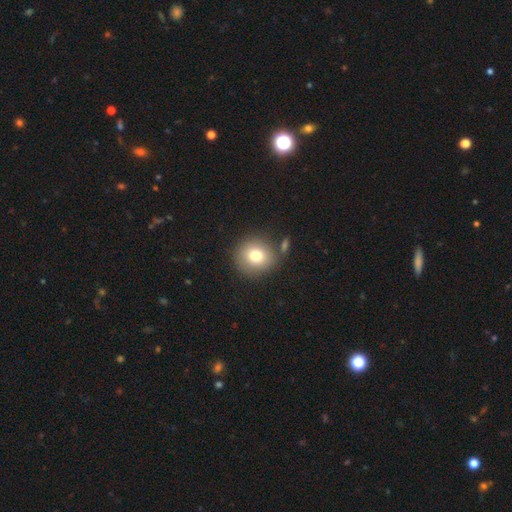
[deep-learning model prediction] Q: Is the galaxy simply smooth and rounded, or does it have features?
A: smooth — 78%.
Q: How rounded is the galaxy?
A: round — 90%.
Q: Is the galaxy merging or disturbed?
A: none — 78%.